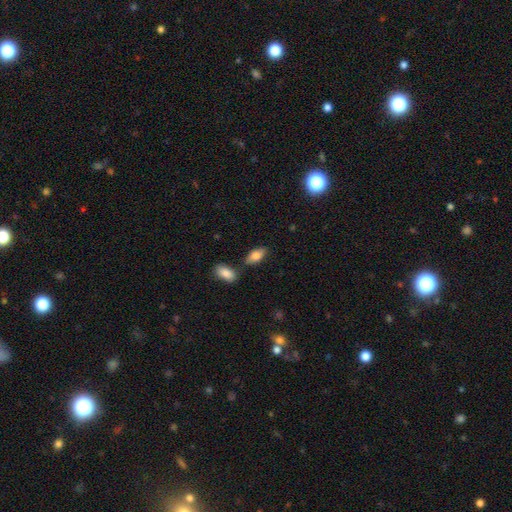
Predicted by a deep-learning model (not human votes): Smooth or featured: smooth — 81% (featured or disk — 13%)
How rounded: in between — 89% (cigar-shaped — 7%)
Merging: none — 75% (minor disturbance — 13%)